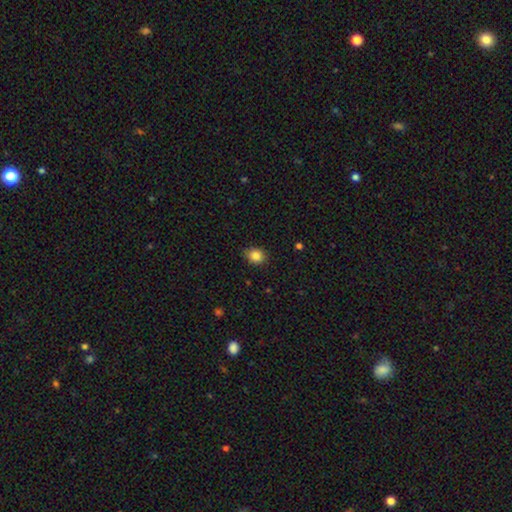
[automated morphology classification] This appears to be a smooth galaxy with no disk features (85%) that is round (63%). Merging: none (83%).